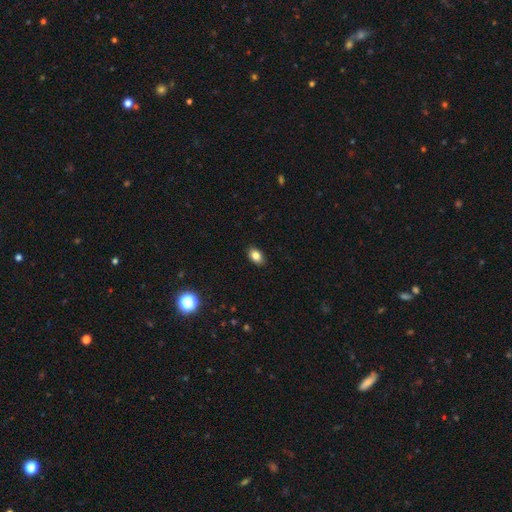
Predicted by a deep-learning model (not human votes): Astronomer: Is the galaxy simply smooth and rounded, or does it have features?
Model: smooth — 84%.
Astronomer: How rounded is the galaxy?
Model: in between — 85%.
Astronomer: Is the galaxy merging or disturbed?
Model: none — 89%.